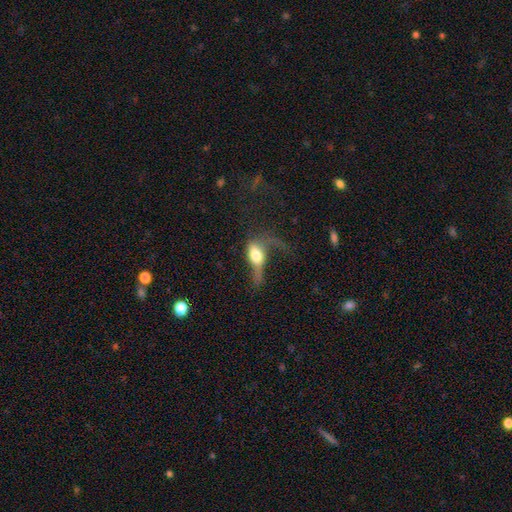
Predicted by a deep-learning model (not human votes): smooth 52%, featured or disk 38%, star or artifact 9%. Down the decision tree: how rounded — in between (68%); merging — major disturbance (55%).